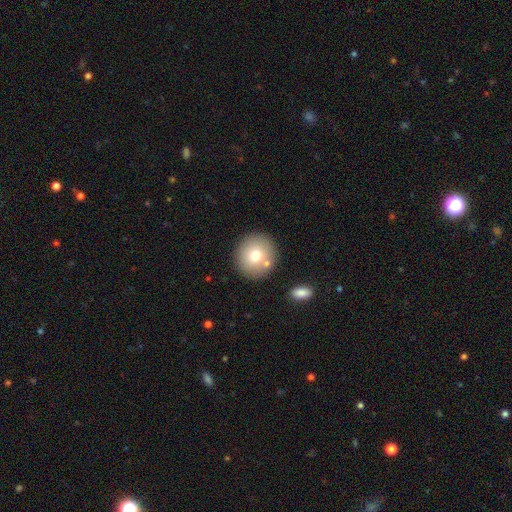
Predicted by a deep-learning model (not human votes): Morphology: type=smooth (73%); roundness=round (91%); merging=none (81%).